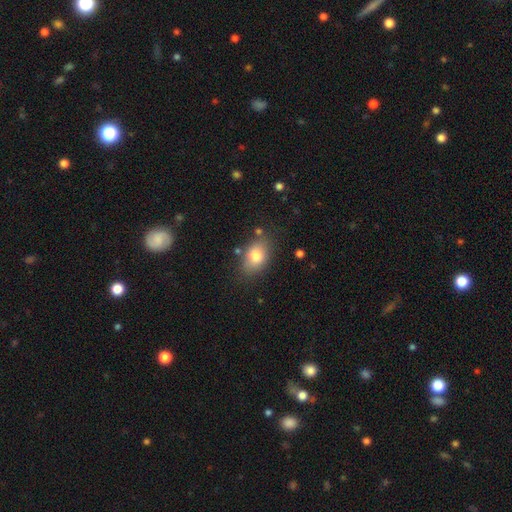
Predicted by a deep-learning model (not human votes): The model was most divided on "merging": none: 75%, minor disturbance: 16%, major disturbance: 4%, merger: 4%. More confident: how rounded — in between (80%); smooth or featured — smooth (78%).